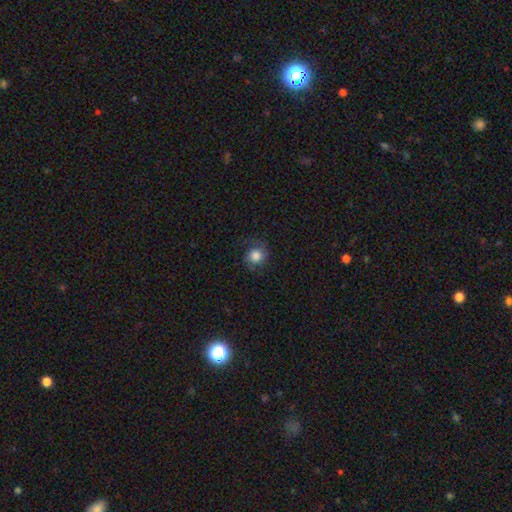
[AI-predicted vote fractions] smooth_or_featured: smooth (p=0.73) [alt: featured or disk p=0.18]
how_rounded: round (p=0.81) [alt: in between p=0.18]
merging: none (p=0.68) [alt: minor disturbance p=0.20]